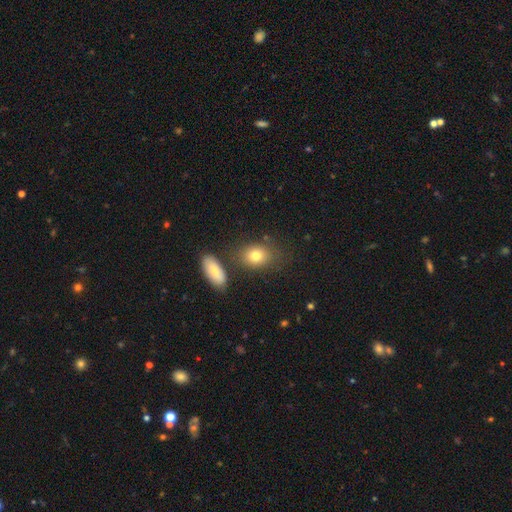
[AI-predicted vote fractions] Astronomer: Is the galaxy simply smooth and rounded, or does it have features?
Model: smooth — 78%.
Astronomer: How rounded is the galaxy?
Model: in between — 64%.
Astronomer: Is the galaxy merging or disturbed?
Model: none — 70%.